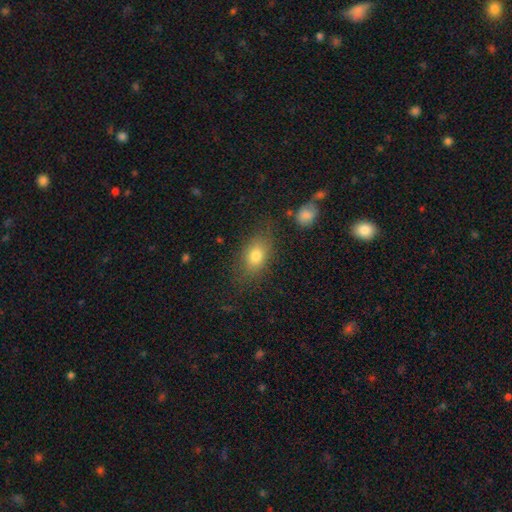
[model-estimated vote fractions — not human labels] This appears to be a smooth galaxy with no disk features (77%) that is in between round and cigar-shaped (78%). Merging: none (75%).